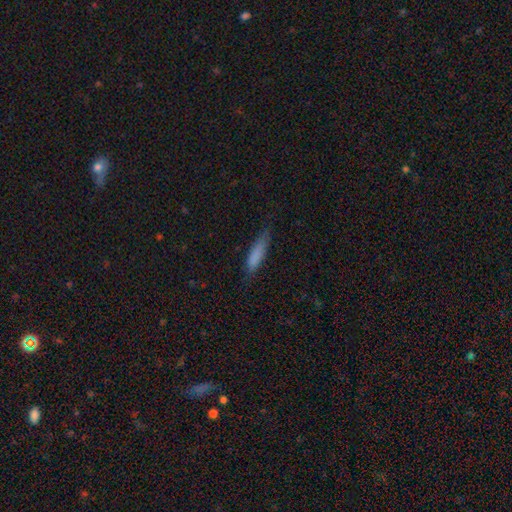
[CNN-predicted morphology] Smooth or featured?
  - smooth: 81% *
  - featured or disk: 12%
  - star or artifact: 7%
How rounded?
  - cigar-shaped: 75% *
  - in between: 23%
  - round: 2%
Merging?
  - none: 71% *
  - minor disturbance: 23%
  - major disturbance: 5%
  - merger: 1%